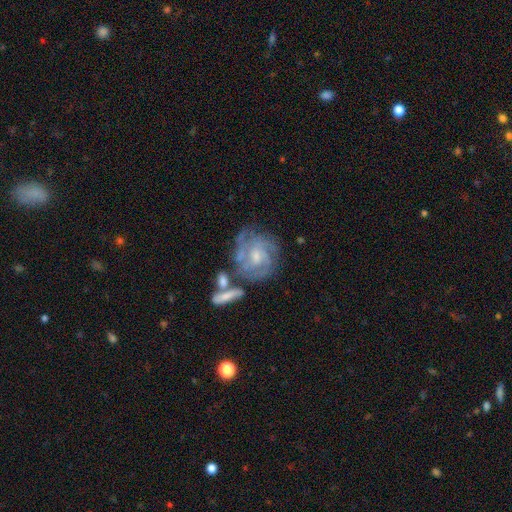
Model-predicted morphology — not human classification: Smooth or featured: featured or disk — 80% (smooth — 14%)
Edge-on disk: no — 97% (yes — 3%)
Bar: no — 59% (weak — 35%)
Spiral arms: yes — 91% (no — 9%)
Spiral winding: tight — 61% (medium — 30%)
Spiral arm count: can't tell — 37% (3 — 23%)
Bulge size: small — 53% (moderate — 38%)
Merging: none — 55% (minor disturbance — 19%)